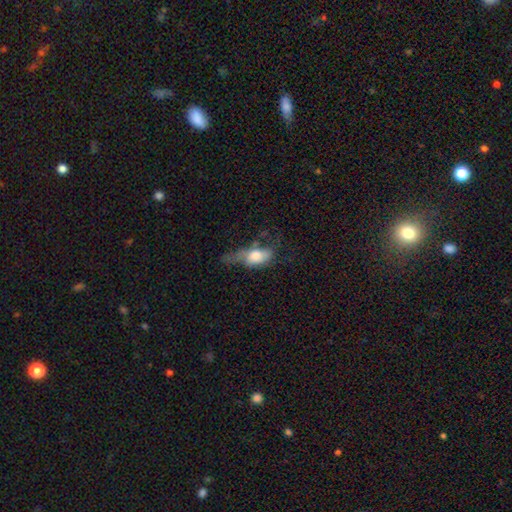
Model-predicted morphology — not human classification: This appears to be a smooth galaxy with no disk features (66%) that is in between round and cigar-shaped (80%). Merging: major disturbance (42%).